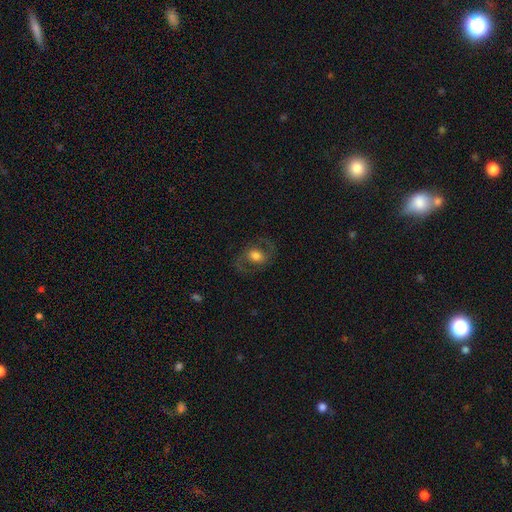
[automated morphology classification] The model was most divided on "bulge size": moderate: 44%, large: 39%, small: 9%, dominant: 5%, none: 3%. More confident: edge-on disk — no (96%); spiral arms — yes (76%); merging — none (75%); smooth or featured — featured or disk (60%); bar — no (54%).